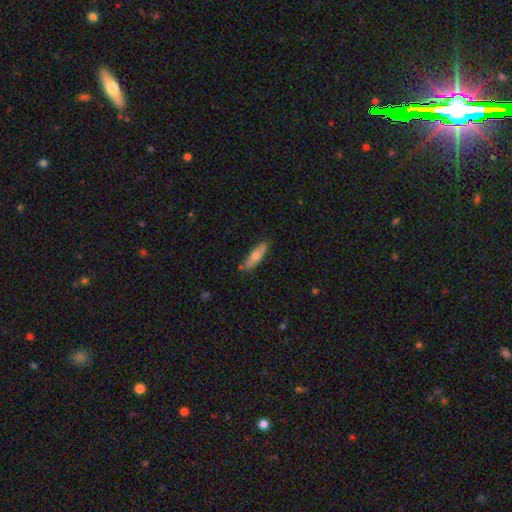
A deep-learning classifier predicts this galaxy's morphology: Smooth or featured? smooth (62%)
How rounded? cigar-shaped (53%)
Merging? none (82%)